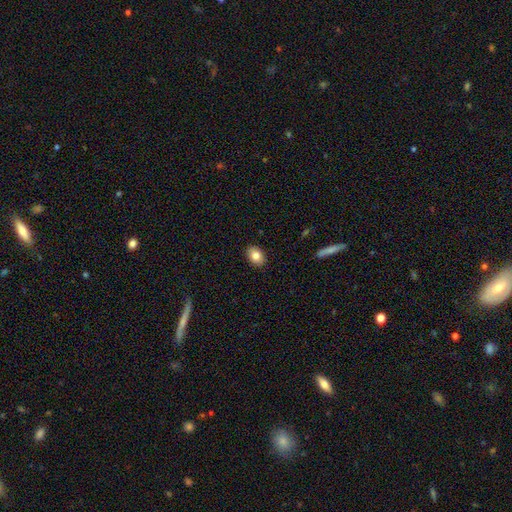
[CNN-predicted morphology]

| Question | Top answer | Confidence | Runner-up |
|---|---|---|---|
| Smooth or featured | smooth | 83% | featured or disk (10%) |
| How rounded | in between | 82% | round (17%) |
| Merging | none | 89% | minor disturbance (8%) |